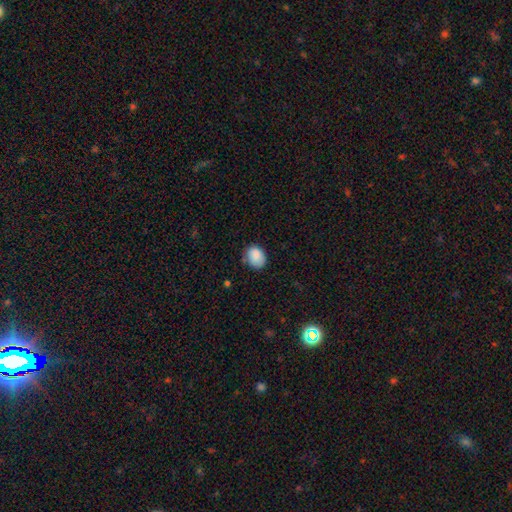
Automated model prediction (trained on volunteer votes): Smooth or featured?
  - smooth: 87% *
  - star or artifact: 8%
  - featured or disk: 6%
How rounded?
  - in between: 56% *
  - round: 44%
  - cigar-shaped: 1%
Merging?
  - none: 69% *
  - minor disturbance: 24%
  - major disturbance: 5%
  - merger: 2%